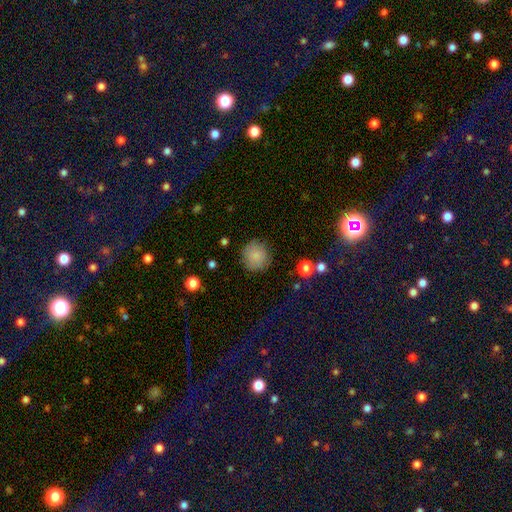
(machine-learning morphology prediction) Smooth or featured: smooth — 84% (star or artifact — 8%)
How rounded: round — 93% (in between — 6%)
Merging: none — 84% (minor disturbance — 11%)